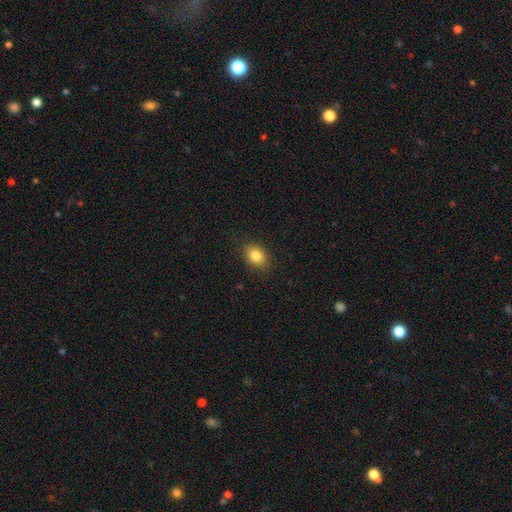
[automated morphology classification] Q: Smooth or featured?
A: smooth (84%); runner-up: star or artifact (9%)
Q: How rounded?
A: in between (72%); runner-up: round (27%)
Q: Merging?
A: none (85%); runner-up: minor disturbance (11%)